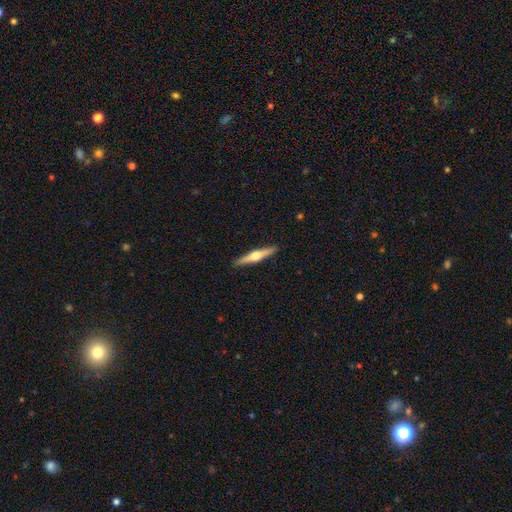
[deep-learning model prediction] This appears to be a featured or disk galaxy (72%) viewed edge-on (98%) with a rounded central bulge (94%). Merging: none (92%).